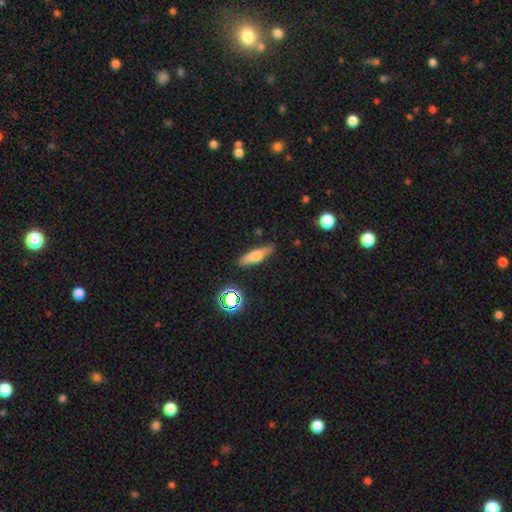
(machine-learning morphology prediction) Smooth or featured: smooth — 60% (featured or disk — 30%)
How rounded: cigar-shaped — 59% (in between — 38%)
Merging: none — 83% (minor disturbance — 12%)